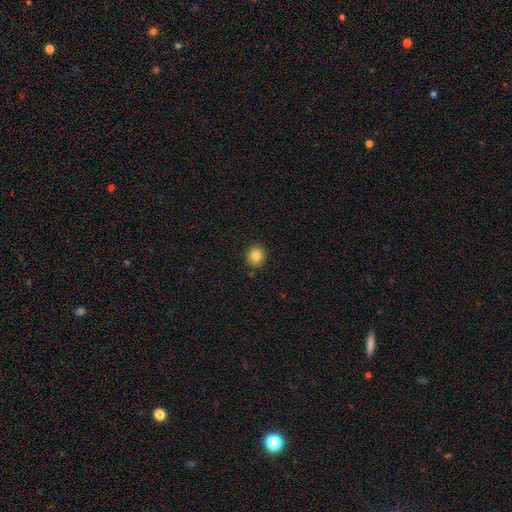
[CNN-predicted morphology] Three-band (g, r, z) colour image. It shows a smooth galaxy with no disk features (83%) that is round (86%). Merging: none (88%).